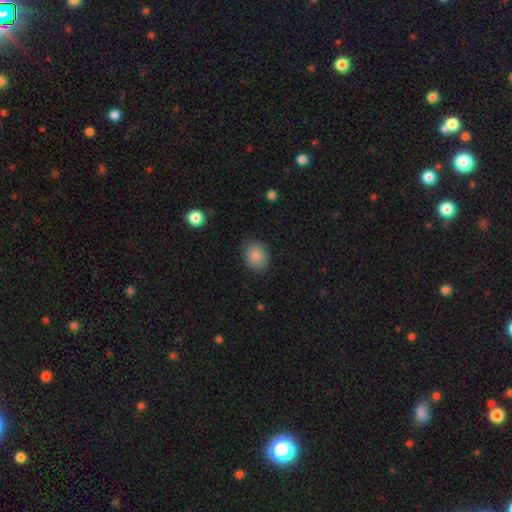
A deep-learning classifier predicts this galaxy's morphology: Smooth or featured? smooth (87%)
How rounded? round (53%)
Merging? none (79%)